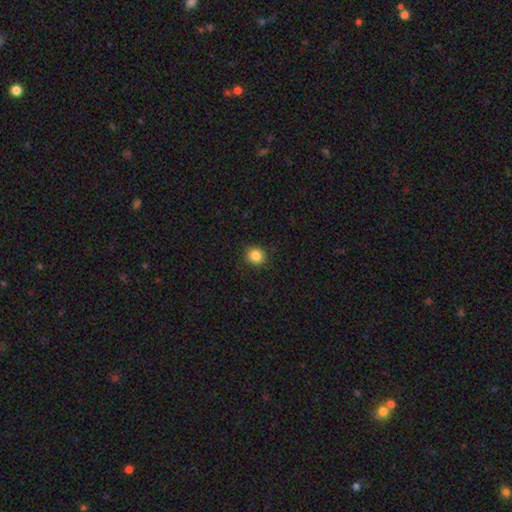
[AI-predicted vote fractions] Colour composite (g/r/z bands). It shows a smooth galaxy with no disk features (86%) that is round (86%). Merging: none (90%).